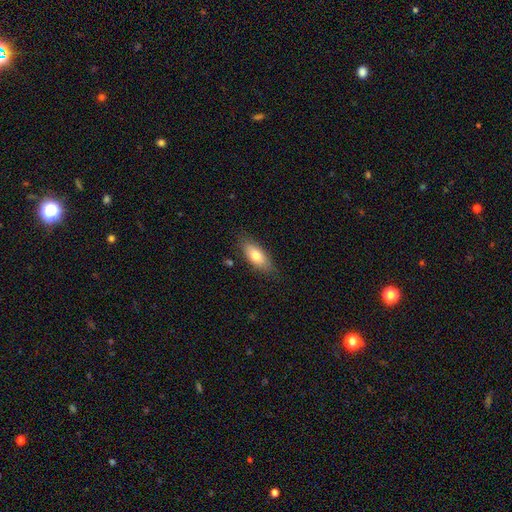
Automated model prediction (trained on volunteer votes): smooth 73%, featured or disk 20%, star or artifact 7%. Down the decision tree: how rounded — in between (81%); merging — none (81%).